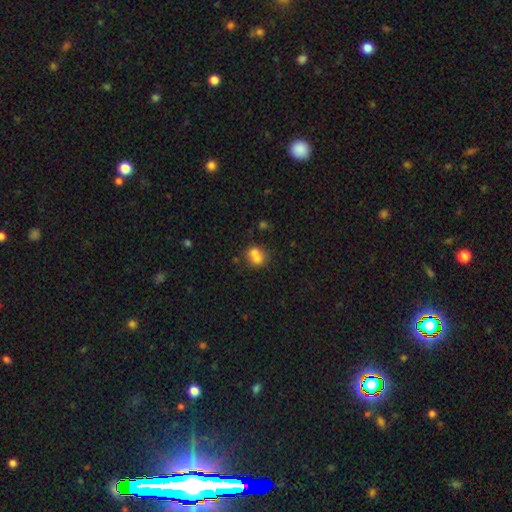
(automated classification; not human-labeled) Smooth or featured?
  - smooth: 69% *
  - featured or disk: 20%
  - star or artifact: 12%
How rounded?
  - round: 66% *
  - in between: 33%
  - cigar-shaped: 1%
Merging?
  - merger: 59% *
  - none: 29%
  - minor disturbance: 8%
  - major disturbance: 4%